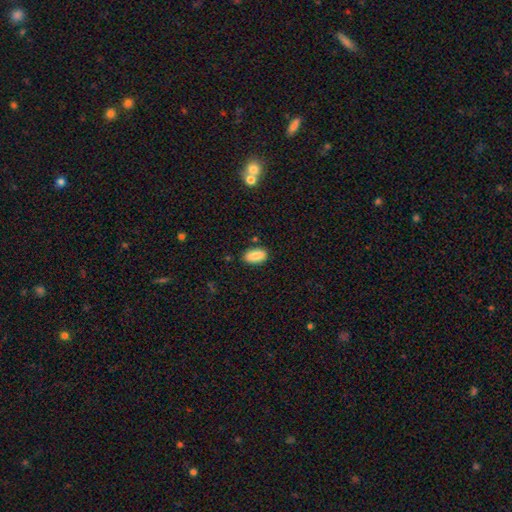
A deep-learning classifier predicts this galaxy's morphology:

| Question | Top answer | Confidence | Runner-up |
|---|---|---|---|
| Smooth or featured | smooth | 88% | star or artifact (7%) |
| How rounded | in between | 91% | cigar-shaped (5%) |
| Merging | none | 83% | minor disturbance (12%) |